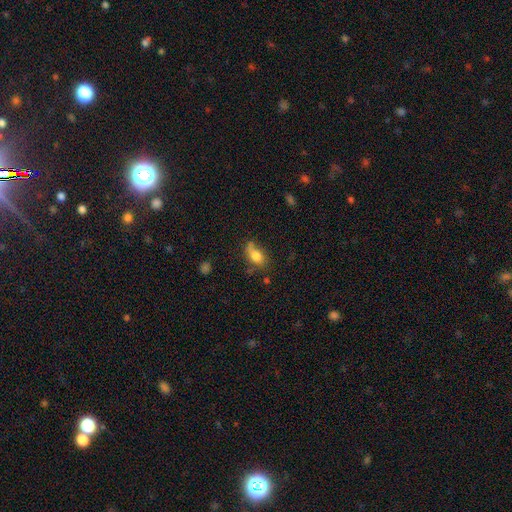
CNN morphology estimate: Smooth or featured? Predicted: smooth (p=0.77). How rounded? Predicted: in between (p=0.80). Merging? Predicted: none (p=0.49).